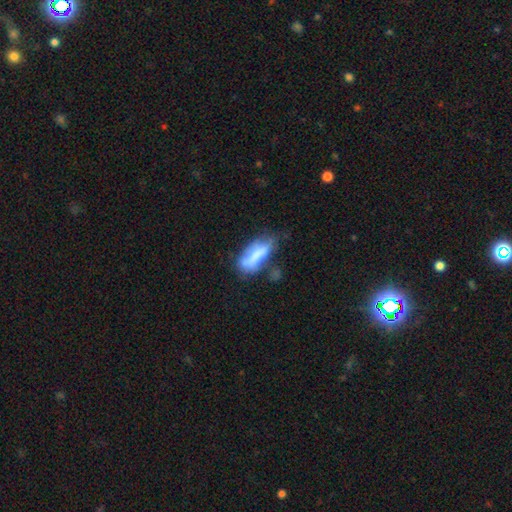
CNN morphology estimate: smooth_or_featured: smooth (p=0.62) [alt: featured or disk p=0.30]
how_rounded: in between (p=0.58) [alt: cigar-shaped p=0.40]
merging: none (p=0.37) [alt: minor disturbance p=0.31]